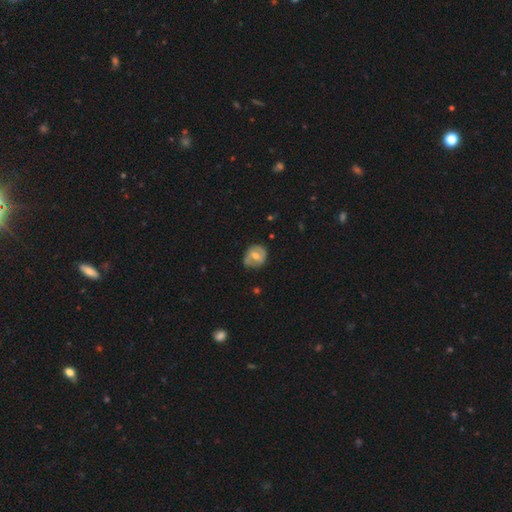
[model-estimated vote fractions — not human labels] Q: Smooth or featured?
A: featured or disk (48%); runner-up: smooth (45%)
Q: Merging?
A: none (66%); runner-up: minor disturbance (26%)